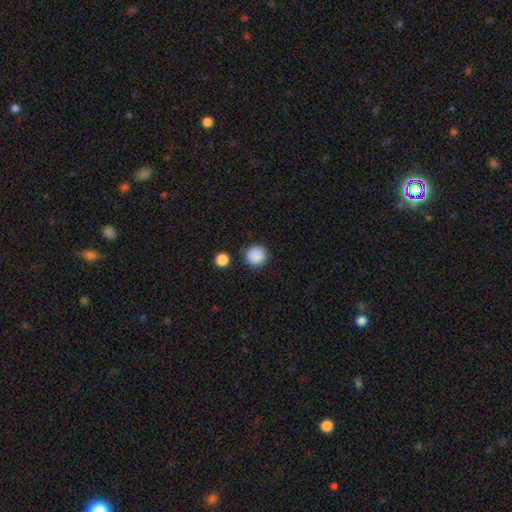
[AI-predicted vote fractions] smooth 88%, star or artifact 9%, featured or disk 3%. Down the decision tree: how rounded — round (94%); merging — none (88%).